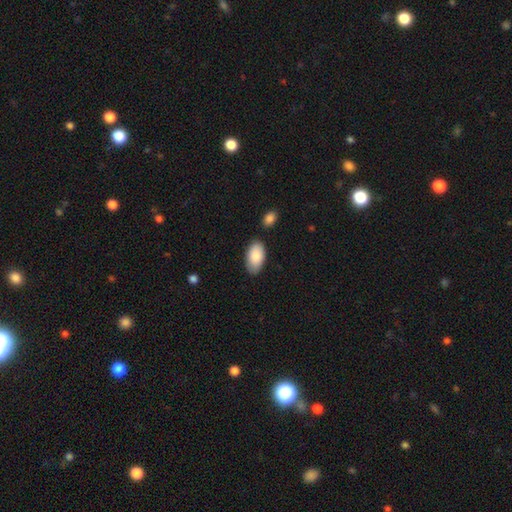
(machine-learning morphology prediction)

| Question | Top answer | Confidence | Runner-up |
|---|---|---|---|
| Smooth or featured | smooth | 88% | featured or disk (7%) |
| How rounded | in between | 96% | round (3%) |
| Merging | none | 81% | minor disturbance (13%) |